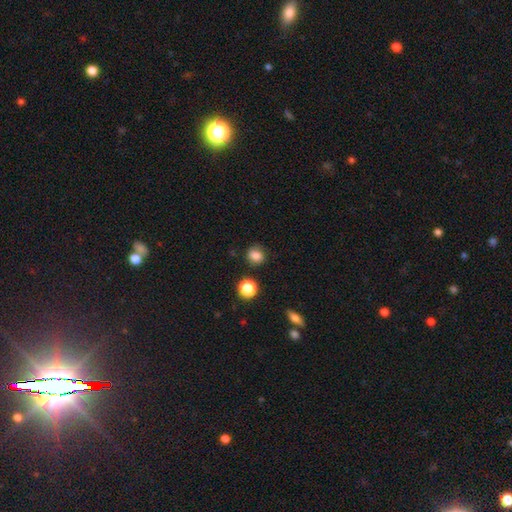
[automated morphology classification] A smooth galaxy with no disk features (82%) that is round (69%).

Vote fractions:
- Smooth or featured? smooth: 82% / star or artifact: 12% / featured or disk: 6%
- How rounded? round: 69% / in between: 30% / cigar-shaped: 1%
- Merging? none: 77% / minor disturbance: 15% / major disturbance: 4% / merger: 3%